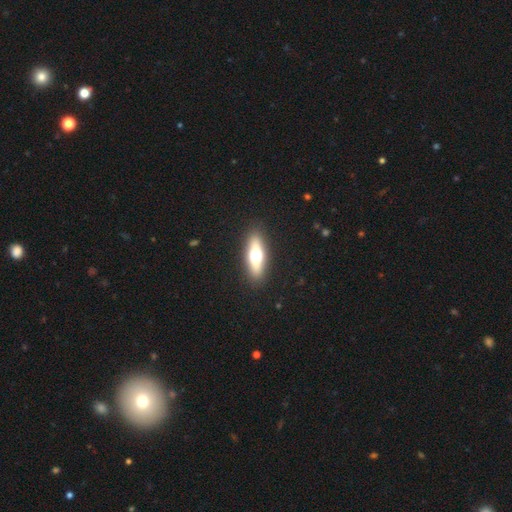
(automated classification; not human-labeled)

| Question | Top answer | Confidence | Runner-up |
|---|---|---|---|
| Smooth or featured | smooth | 54% | featured or disk (39%) |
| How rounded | cigar-shaped | 52% | in between (45%) |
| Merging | none | 90% | minor disturbance (7%) |